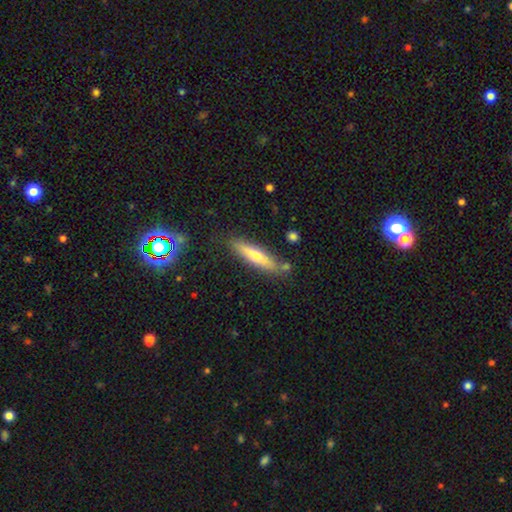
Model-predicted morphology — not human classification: smooth-or-featured: smooth: 53% | featured or disk: 39% | star or artifact: 9%
  how-rounded: cigar-shaped: 83% | in between: 15% | round: 2%
  merging: none: 81% | minor disturbance: 12% | merger: 4% | major disturbance: 3%